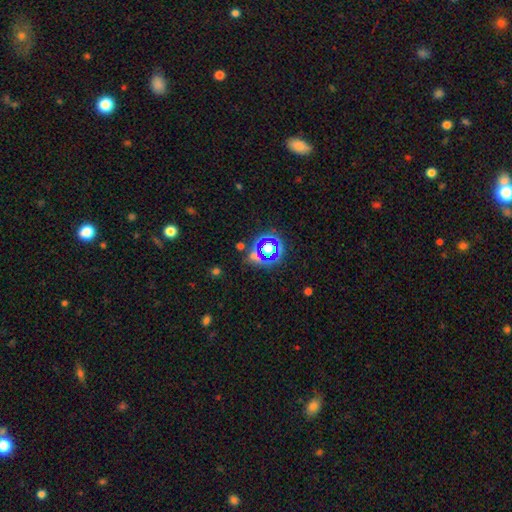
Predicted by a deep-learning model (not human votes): smooth-or-featured: star or artifact: 64% | smooth: 24% | featured or disk: 12%